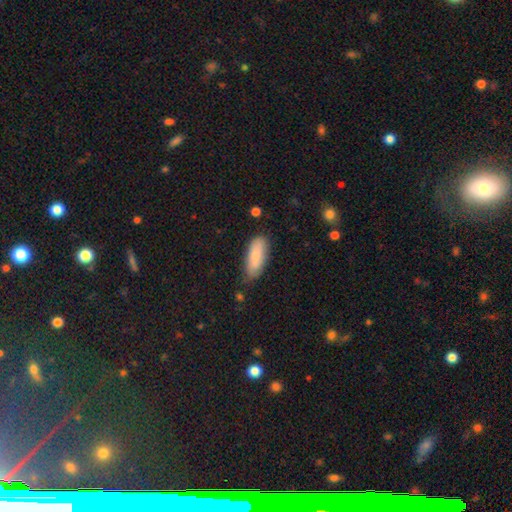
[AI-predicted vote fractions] Overall: smooth (82%). How rounded: in between (72%). Merging: none (75%).